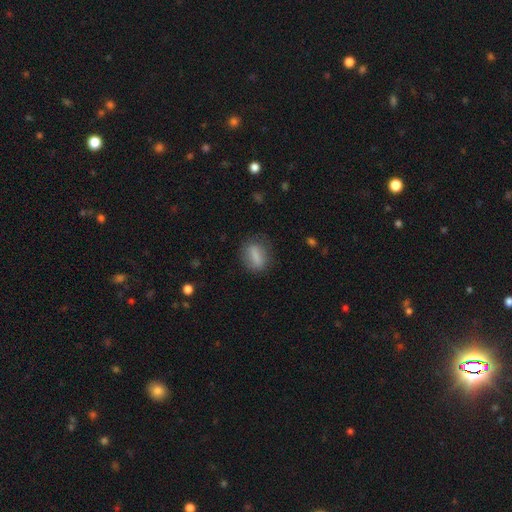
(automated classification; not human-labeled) This is likely a smooth galaxy (74%). How rounded: likely in between (61%). Merging: likely none (76%).